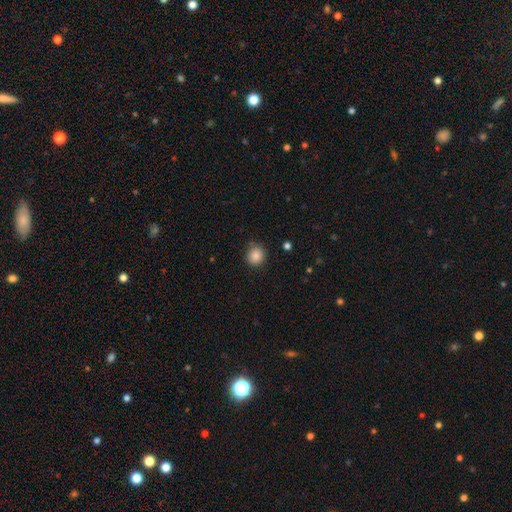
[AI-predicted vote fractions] Smooth or featured: smooth — 86% (star or artifact — 10%)
How rounded: round — 87% (in between — 12%)
Merging: none — 85% (minor disturbance — 11%)